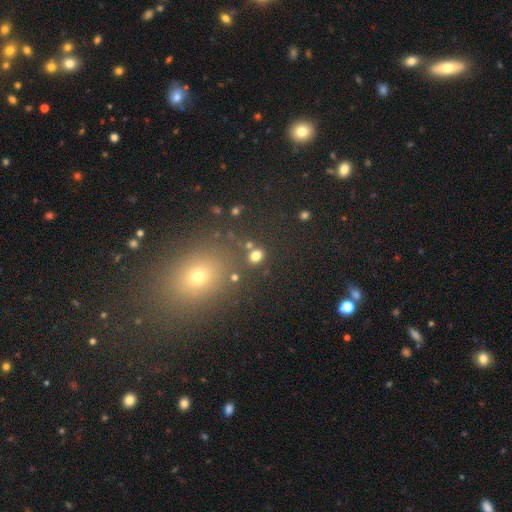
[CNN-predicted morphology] Q: Smooth or featured?
A: smooth (76%); runner-up: star or artifact (17%)
Q: How rounded?
A: round (61%); runner-up: in between (38%)
Q: Merging?
A: none (76%); runner-up: merger (10%)